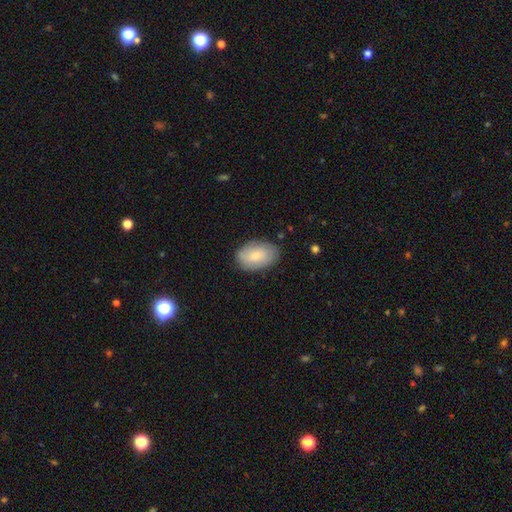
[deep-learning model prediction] The model was most divided on "smooth or featured": smooth: 68%, featured or disk: 26%, star or artifact: 6%. More confident: how rounded — in between (90%); merging — none (81%).